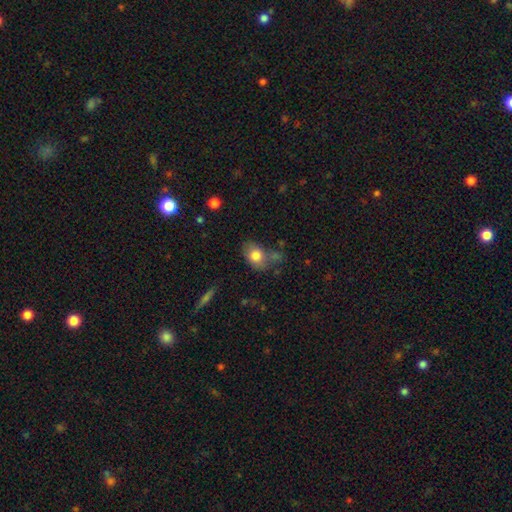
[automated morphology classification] A smooth galaxy with no disk features (79%) that is in between round and cigar-shaped (70%). Merging: none (48%).